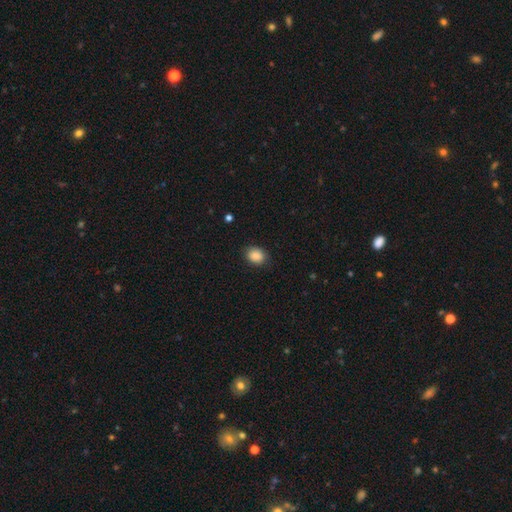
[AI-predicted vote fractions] Smooth or featured? smooth (88%)
How rounded? in between (58%)
Merging? none (83%)